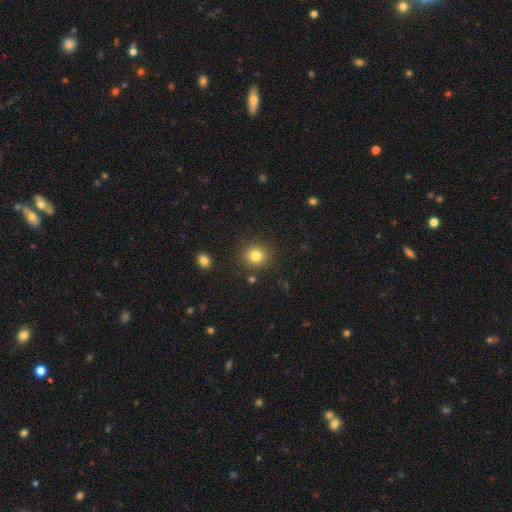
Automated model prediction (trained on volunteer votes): A smooth galaxy with no disk features (82%) that is round (89%).

Vote fractions:
- Smooth or featured? smooth: 82% / star or artifact: 12% / featured or disk: 6%
- How rounded? round: 89% / in between: 10% / cigar-shaped: 1%
- Merging? none: 88% / minor disturbance: 7% / merger: 3% / major disturbance: 3%